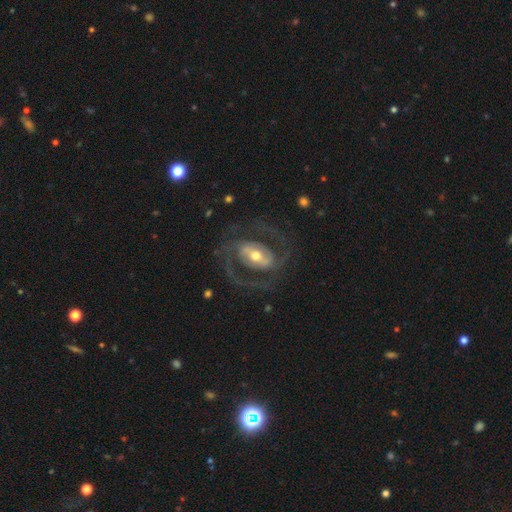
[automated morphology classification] This is clearly a featured or disk galaxy (89%). It is clearly not viewed edge-on (97%). Bar: marginally strong (42%). Spiral arm pattern: clearly yes (93%). Spiral arm count: clearly 2 (87%). Spiral winding: possibly medium (56%). Central bulge: likely moderate (65%). Merging: likely none (74%).